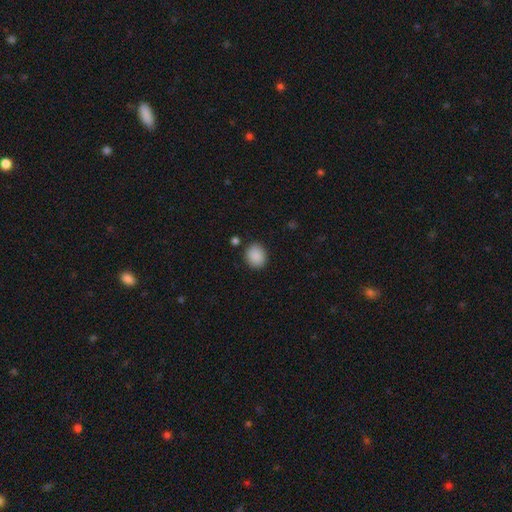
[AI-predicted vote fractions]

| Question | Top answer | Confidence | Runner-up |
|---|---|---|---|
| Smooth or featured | smooth | 89% | star or artifact (8%) |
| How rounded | round | 63% | in between (36%) |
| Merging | none | 86% | minor disturbance (9%) |